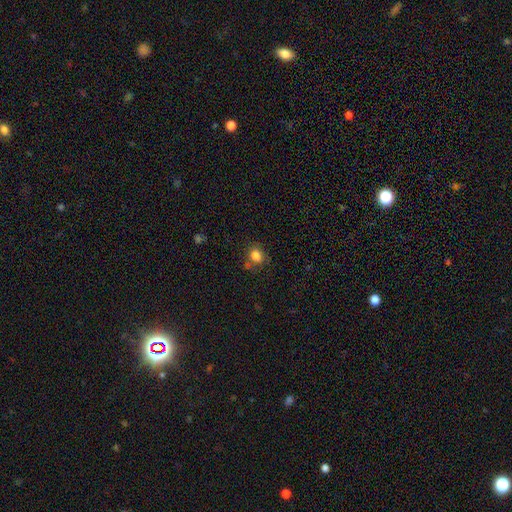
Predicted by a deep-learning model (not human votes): Morphology: type=smooth (82%); roundness=round (59%); merging=none (68%).